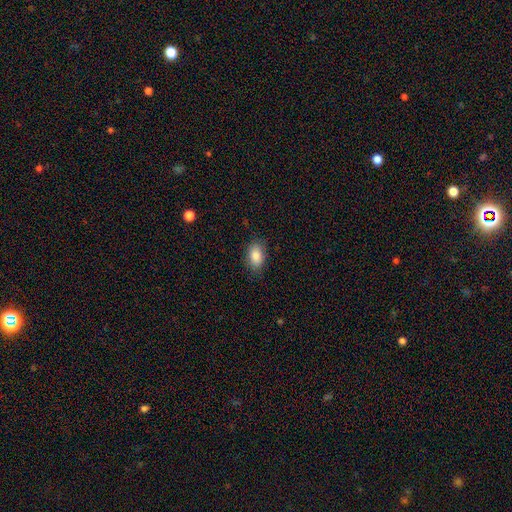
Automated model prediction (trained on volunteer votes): smooth 86%, star or artifact 8%, featured or disk 7%. Down the decision tree: how rounded — in between (89%); merging — none (83%).